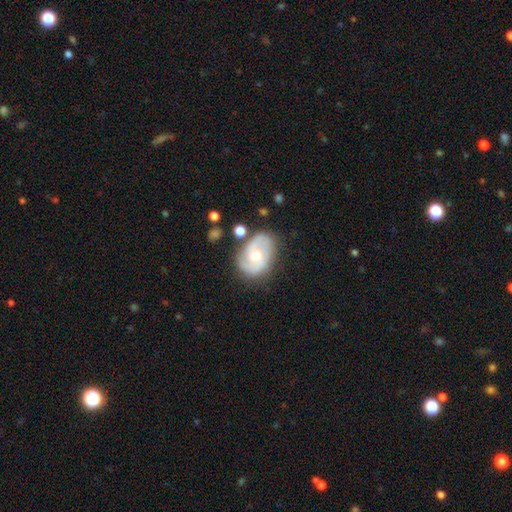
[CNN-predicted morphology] This is likely a featured or disk galaxy (70%). It is clearly not viewed edge-on (97%). Bar: possibly no (60%). Spiral arm pattern: clearly yes (88%). Spiral arm count: likely 2 (75%). Spiral winding: possibly medium (48%). Central bulge: likely moderate (62%). Merging: likely none (68%).